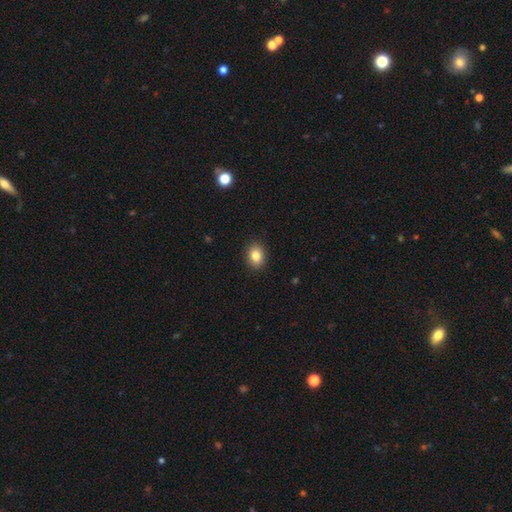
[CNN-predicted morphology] A smooth galaxy with no disk features (84%) that is in between round and cigar-shaped (60%).

Vote fractions:
- Smooth or featured? smooth: 84% / star or artifact: 9% / featured or disk: 6%
- How rounded? in between: 60% / round: 39% / cigar-shaped: 1%
- Merging? none: 90% / minor disturbance: 7% / major disturbance: 2% / merger: 1%